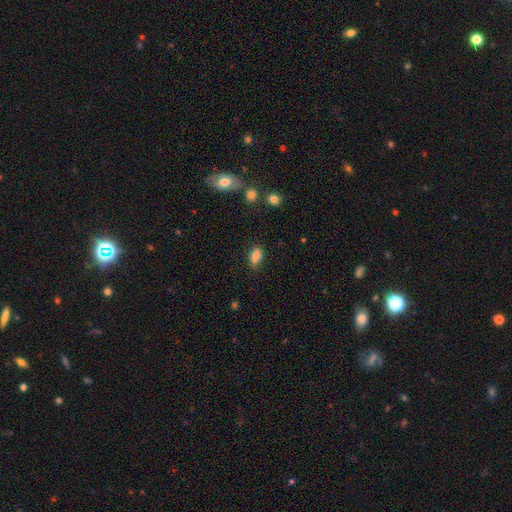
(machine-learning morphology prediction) A smooth galaxy with no disk features (80%) that is in between round and cigar-shaped (87%). Merging: none (74%).